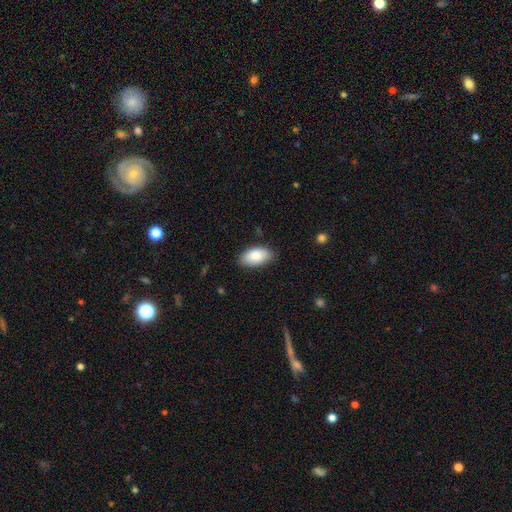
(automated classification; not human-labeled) Morphology: type=smooth (87%); roundness=in between (95%); merging=none (82%).